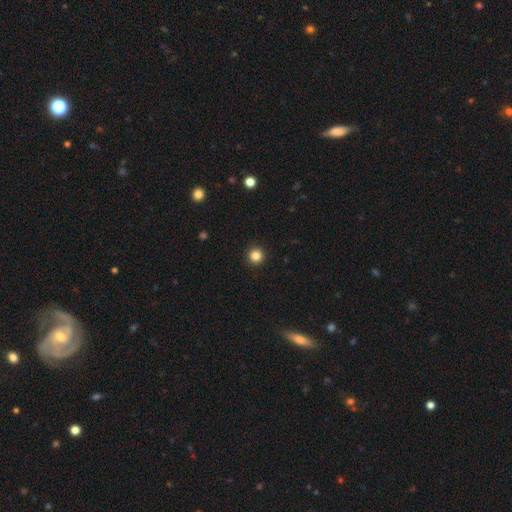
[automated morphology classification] Smooth or featured? Predicted: smooth (p=0.85). How rounded? Predicted: round (p=0.96). Merging? Predicted: none (p=0.93).